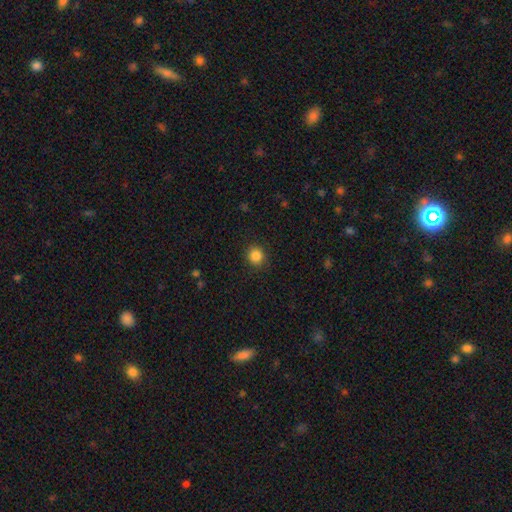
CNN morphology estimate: smooth 86%, star or artifact 11%, featured or disk 4%. Down the decision tree: how rounded — round (89%); merging — none (89%).